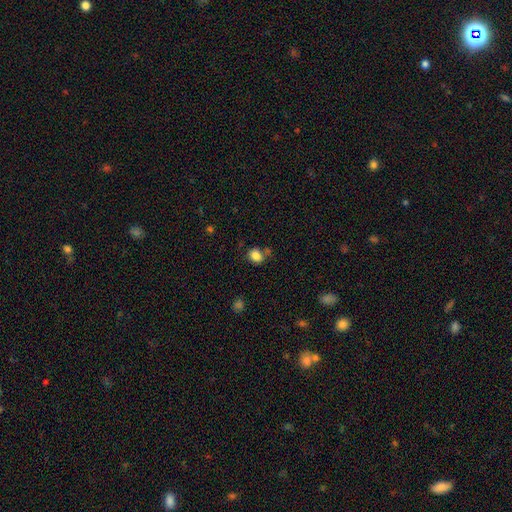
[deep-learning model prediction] The model was most divided on "how rounded": round: 59%, in between: 40%, cigar-shaped: 1%. More confident: smooth or featured — smooth (84%); merging — none (66%).